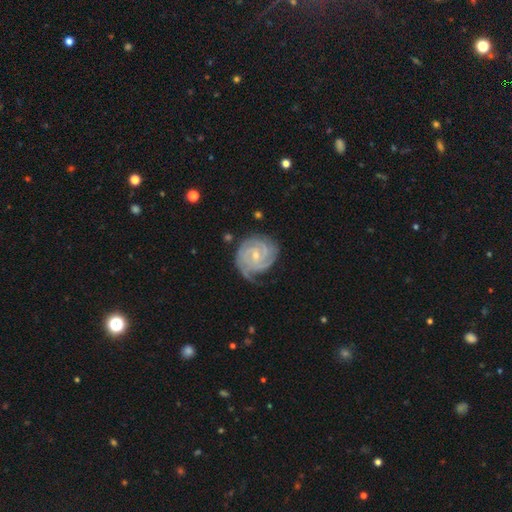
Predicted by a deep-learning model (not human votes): Morphology: type=featured or disk (90%); edge-on=no (98%); bar=no (49%); spiral arms=yes (98%); winding=tight (79%); arm count=3 (36%); bulge=small (65%); merging=none (67%).